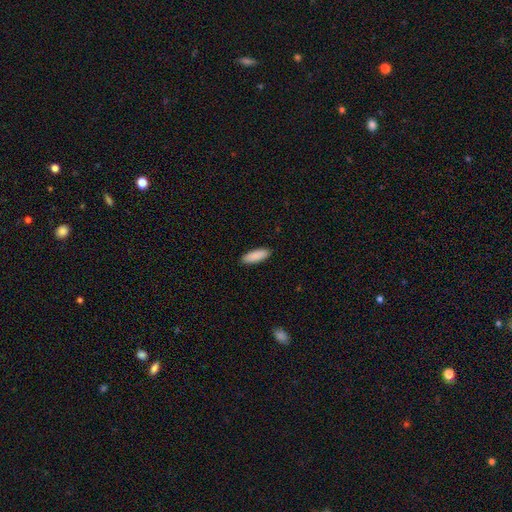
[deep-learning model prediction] Overall: smooth (91%). How rounded: in between (65%; cigar-shaped 33%). Merging: none (90%).